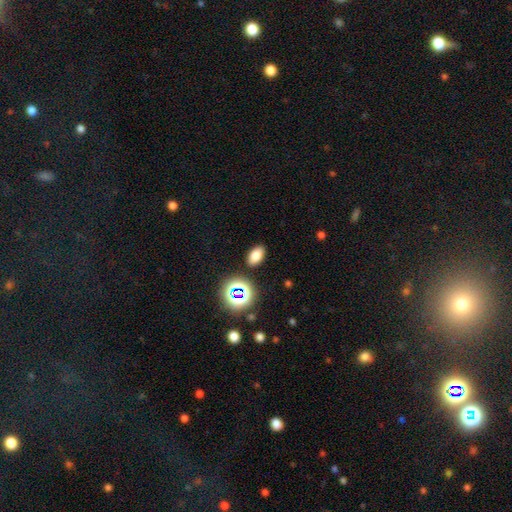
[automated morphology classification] The model was most divided on "smooth or featured": smooth: 74%, star or artifact: 18%, featured or disk: 8%. More confident: how rounded — in between (88%); merging — none (86%).